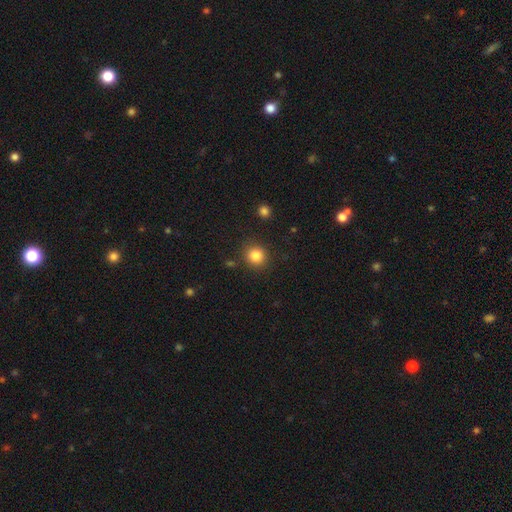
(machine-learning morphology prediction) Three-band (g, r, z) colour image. It shows a smooth galaxy with no disk features (85%) that is round (89%). Merging: none (86%).